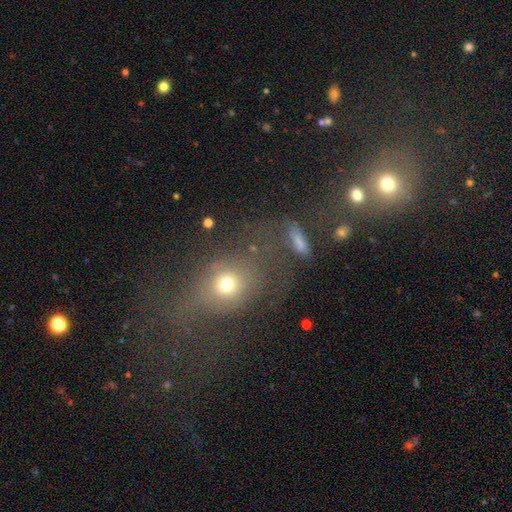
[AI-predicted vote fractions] Smooth or featured?
  - smooth: 47% *
  - star or artifact: 29%
  - featured or disk: 24%
Merging?
  - none: 40% *
  - merger: 22%
  - major disturbance: 21%
  - minor disturbance: 16%